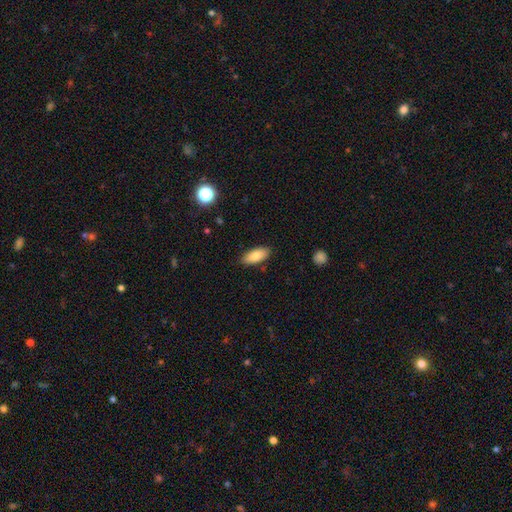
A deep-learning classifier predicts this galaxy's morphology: smooth_or_featured: smooth (p=0.84) [alt: featured or disk p=0.09]
how_rounded: in between (p=0.85) [alt: cigar-shaped p=0.13]
merging: none (p=0.87) [alt: minor disturbance p=0.10]